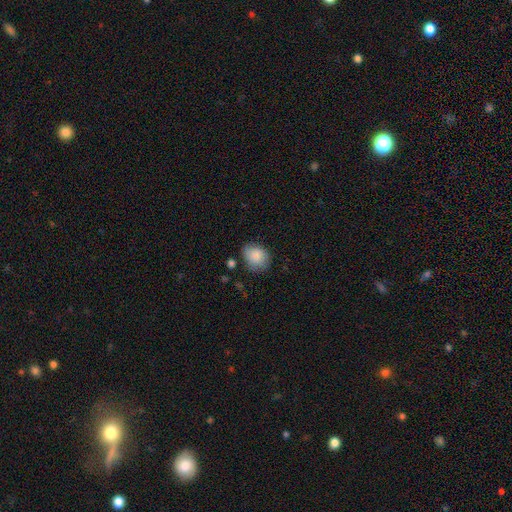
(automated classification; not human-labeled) Smooth or featured: smooth — 86% (star or artifact — 7%)
How rounded: round — 54% (in between — 45%)
Merging: none — 71% (minor disturbance — 21%)